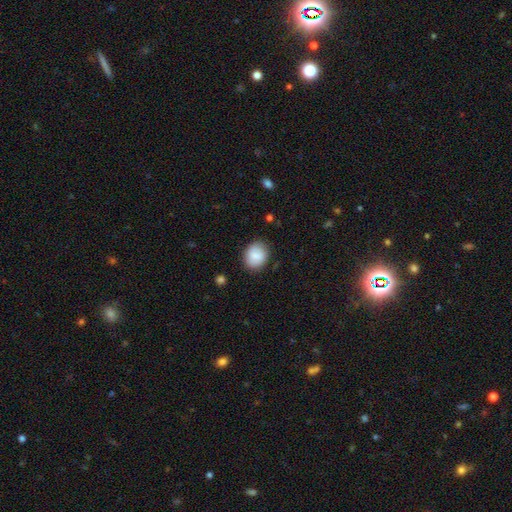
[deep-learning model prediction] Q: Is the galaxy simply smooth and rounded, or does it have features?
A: smooth — 82%.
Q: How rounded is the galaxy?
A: round — 54%.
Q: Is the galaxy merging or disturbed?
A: none — 83%.